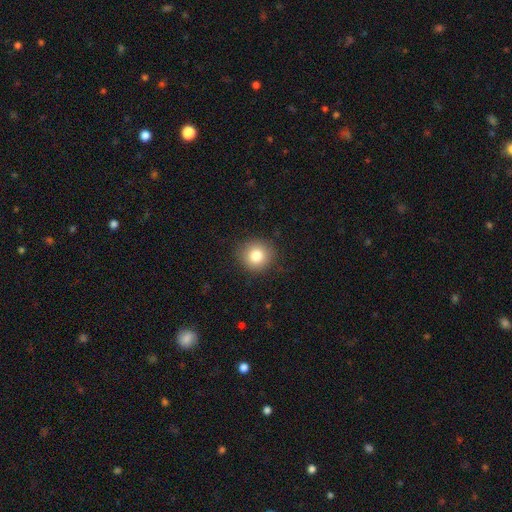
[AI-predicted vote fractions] Smooth or featured?
  - smooth: 82% *
  - star or artifact: 10%
  - featured or disk: 8%
How rounded?
  - round: 91% *
  - in between: 8%
  - cigar-shaped: 1%
Merging?
  - none: 88% *
  - minor disturbance: 8%
  - major disturbance: 2%
  - merger: 1%